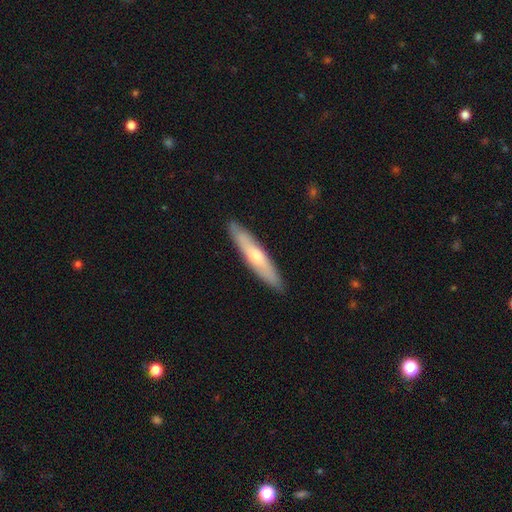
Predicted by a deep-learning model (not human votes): Smooth or featured? smooth (52%)
How rounded? cigar-shaped (87%)
Merging? none (89%)